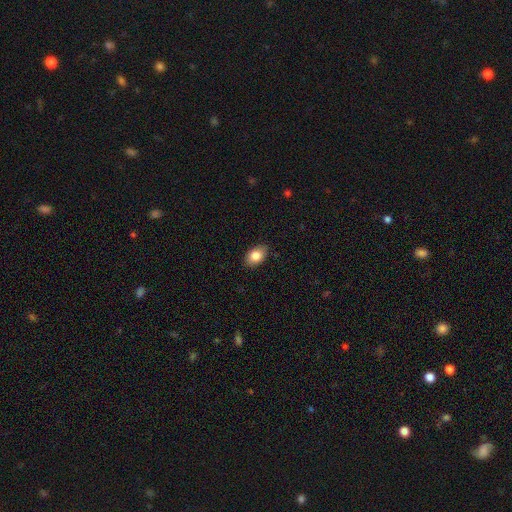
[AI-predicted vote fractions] Smooth or featured?
  - smooth: 84% *
  - featured or disk: 8%
  - star or artifact: 8%
How rounded?
  - in between: 86% *
  - round: 13%
  - cigar-shaped: 1%
Merging?
  - none: 88% *
  - minor disturbance: 9%
  - major disturbance: 2%
  - merger: 1%